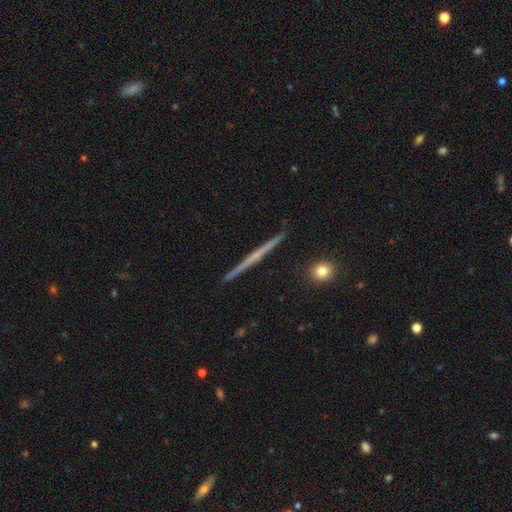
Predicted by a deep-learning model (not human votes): featured or disk 69%, smooth 26%, star or artifact 6%. Down the decision tree: edge-on disk — yes (98%); edge-on bulge — none (76%); merging — none (92%).